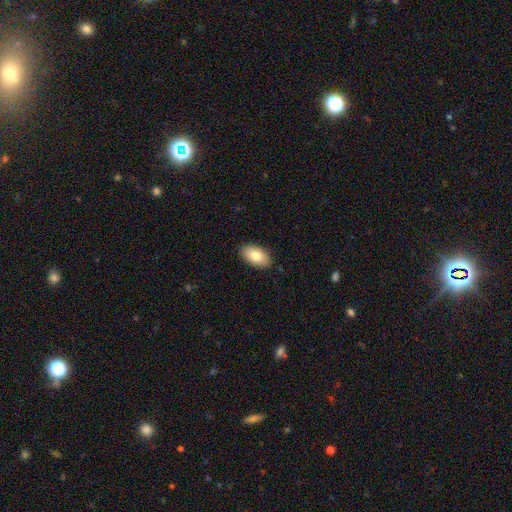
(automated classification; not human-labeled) smooth 80%, featured or disk 13%, star or artifact 7%. Down the decision tree: how rounded — in between (94%); merging — none (89%).